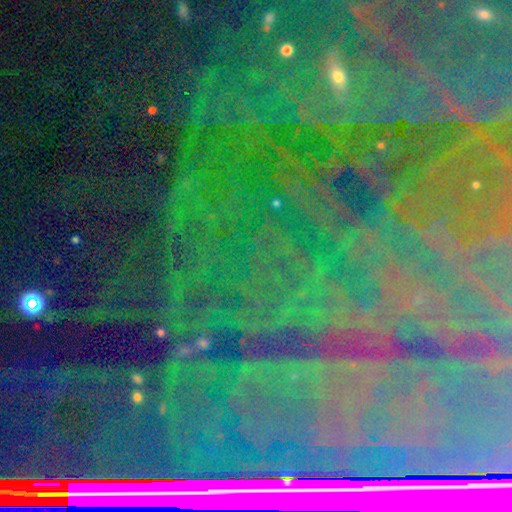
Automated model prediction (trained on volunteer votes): star or artifact 84%, featured or disk 9%, smooth 7%.